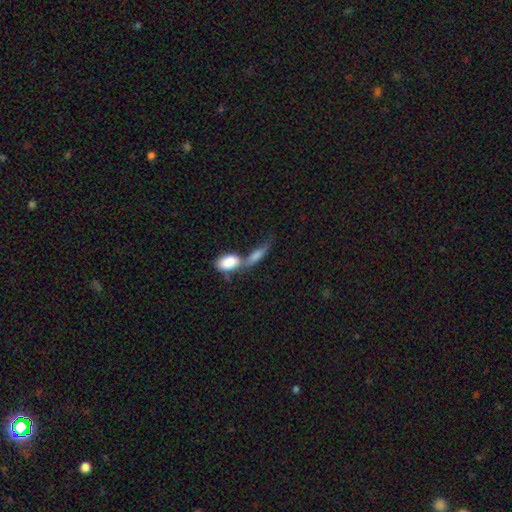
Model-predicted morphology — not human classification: Overall: smooth (69%). How rounded: in between (71%). Merging: merger (66%).